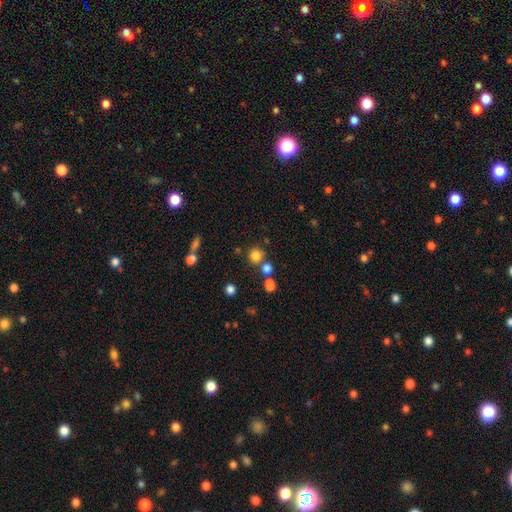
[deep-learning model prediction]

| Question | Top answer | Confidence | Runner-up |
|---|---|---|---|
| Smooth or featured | smooth | 78% | star or artifact (16%) |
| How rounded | round | 90% | in between (9%) |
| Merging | none | 71% | merger (17%) |